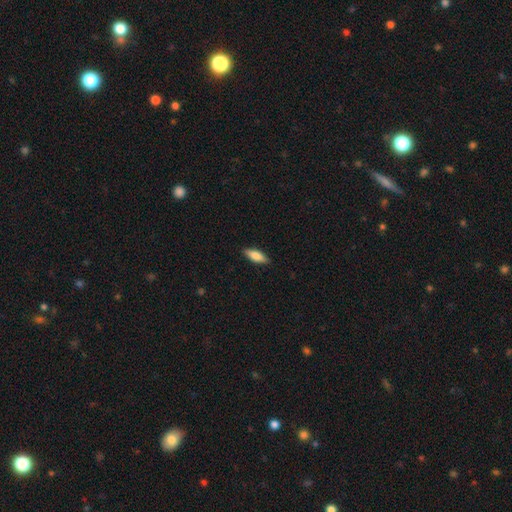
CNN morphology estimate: The model was most divided on "how rounded": in between: 64%, cigar-shaped: 34%, round: 2%. More confident: merging — none (88%); smooth or featured — smooth (78%).